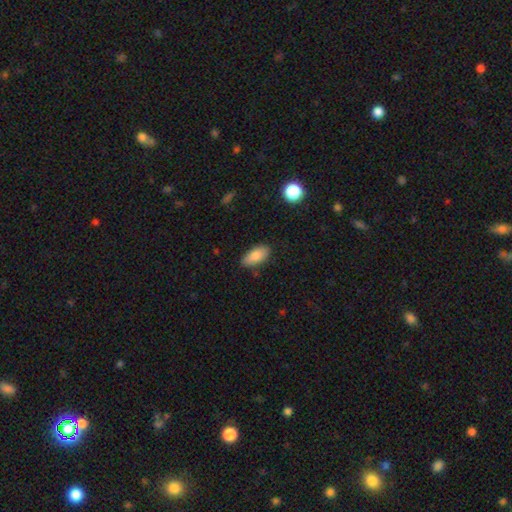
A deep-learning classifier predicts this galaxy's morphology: Q: Smooth or featured?
A: smooth (85%); runner-up: featured or disk (8%)
Q: How rounded?
A: in between (89%); runner-up: cigar-shaped (8%)
Q: Merging?
A: none (82%); runner-up: minor disturbance (14%)